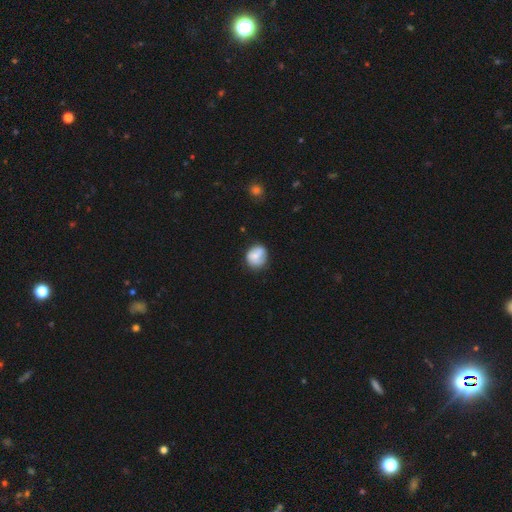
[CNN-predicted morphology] A smooth galaxy with no disk features (57%) that is round (71%).

Vote fractions:
- Smooth or featured? smooth: 57% / featured or disk: 36% / star or artifact: 8%
- How rounded? round: 71% / in between: 28% / cigar-shaped: 1%
- Merging? none: 63% / minor disturbance: 26% / major disturbance: 9% / merger: 3%